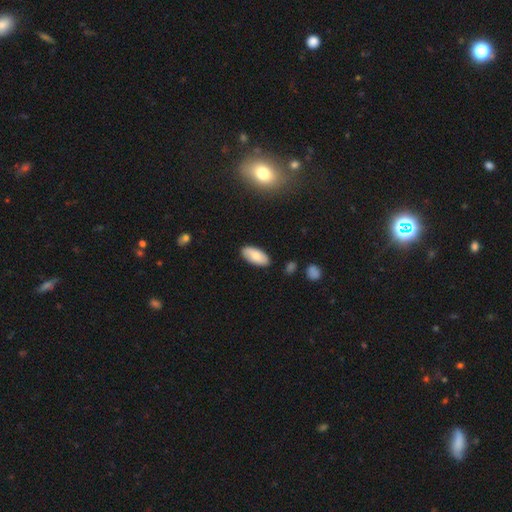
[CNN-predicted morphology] Smooth or featured: smooth — 75% (featured or disk — 18%)
How rounded: in between — 91% (cigar-shaped — 7%)
Merging: none — 85% (minor disturbance — 11%)